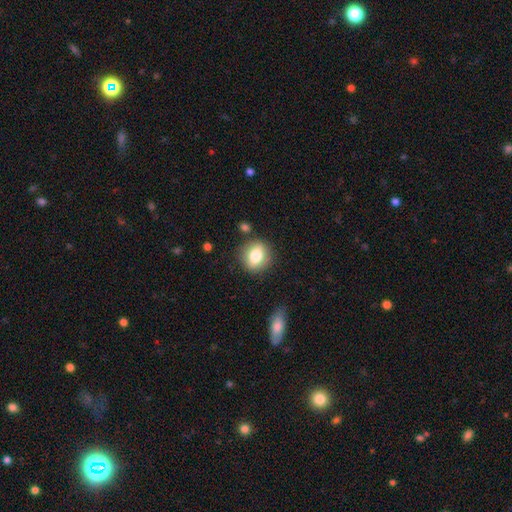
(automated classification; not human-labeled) A smooth galaxy with no disk features (75%) that is round (71%).

Vote fractions:
- Smooth or featured? smooth: 75% / featured or disk: 16% / star or artifact: 8%
- How rounded? round: 71% / in between: 27% / cigar-shaped: 2%
- Merging? none: 83% / minor disturbance: 11% / merger: 4% / major disturbance: 3%